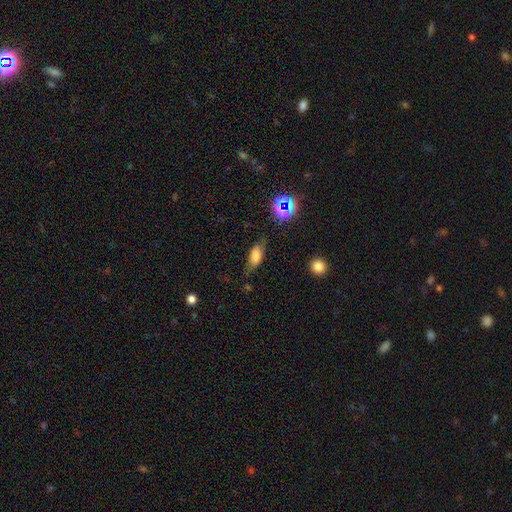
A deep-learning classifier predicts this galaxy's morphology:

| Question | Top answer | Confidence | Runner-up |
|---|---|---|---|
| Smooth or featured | smooth | 72% | featured or disk (16%) |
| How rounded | in between | 77% | cigar-shaped (17%) |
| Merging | none | 67% | minor disturbance (23%) |